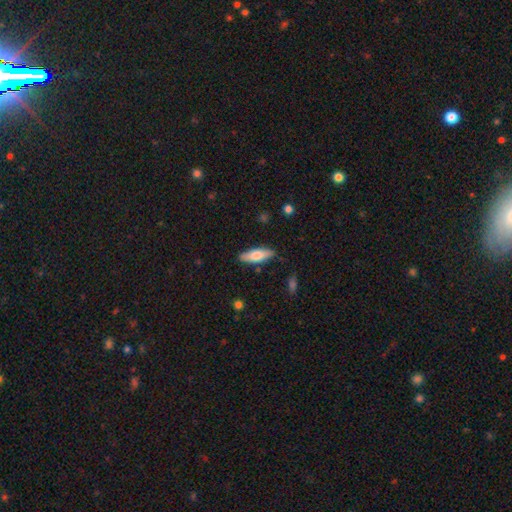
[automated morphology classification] Overall: smooth (70%). How rounded: in between (57%; cigar-shaped 41%). Merging: none (84%).